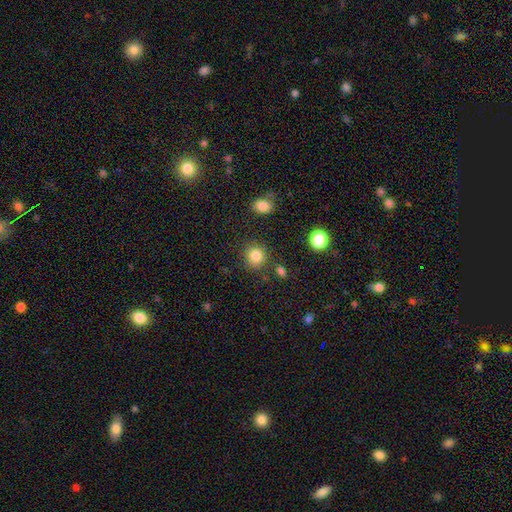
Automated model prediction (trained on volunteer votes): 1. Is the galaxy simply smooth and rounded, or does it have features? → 84% smooth, 11% star or artifact, 5% featured or disk.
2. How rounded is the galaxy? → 88% round, 11% in between, 1% cigar-shaped.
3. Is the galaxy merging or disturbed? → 84% none, 9% minor disturbance, 4% merger, 3% major disturbance.